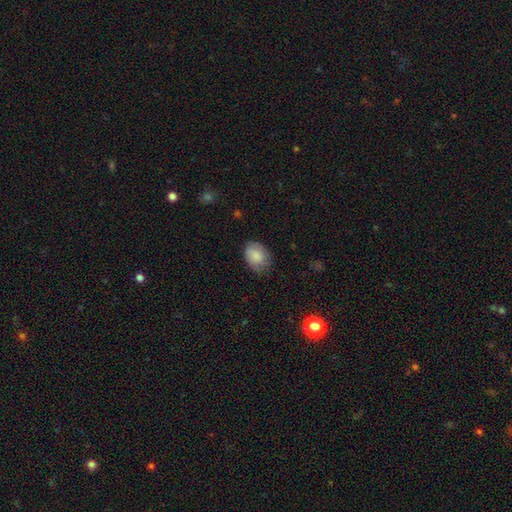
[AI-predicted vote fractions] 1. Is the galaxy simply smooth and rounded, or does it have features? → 85% smooth, 9% featured or disk, 7% star or artifact.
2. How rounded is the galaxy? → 73% in between, 26% round, 1% cigar-shaped.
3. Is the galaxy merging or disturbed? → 73% none, 21% minor disturbance, 5% major disturbance, 1% merger.